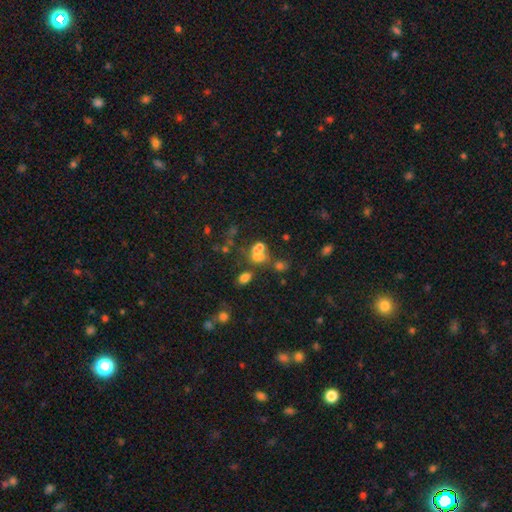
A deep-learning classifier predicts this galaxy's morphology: A star or artifact, not a galaxy (49%).

Vote fractions:
- Smooth or featured? star or artifact: 49% / smooth: 37% / featured or disk: 15%